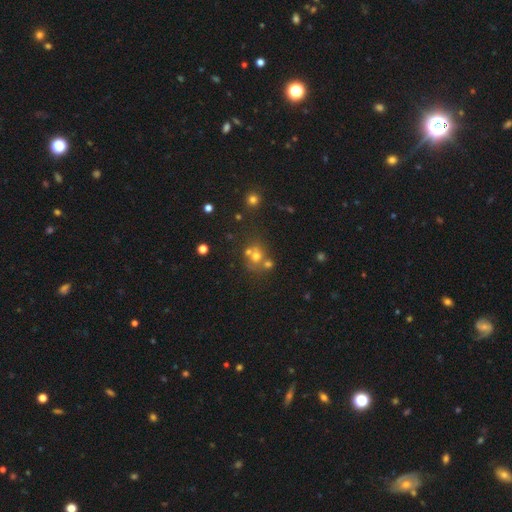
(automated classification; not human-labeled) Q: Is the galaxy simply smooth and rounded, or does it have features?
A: smooth — 58%.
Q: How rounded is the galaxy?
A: round — 77%.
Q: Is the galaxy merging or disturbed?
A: none — 47%.